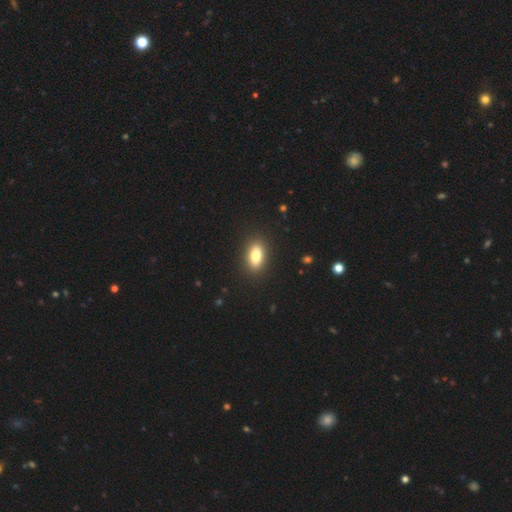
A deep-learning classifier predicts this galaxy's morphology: The model was most divided on "smooth or featured": smooth: 81%, featured or disk: 11%, star or artifact: 8%. More confident: merging — none (89%); how rounded — in between (86%).